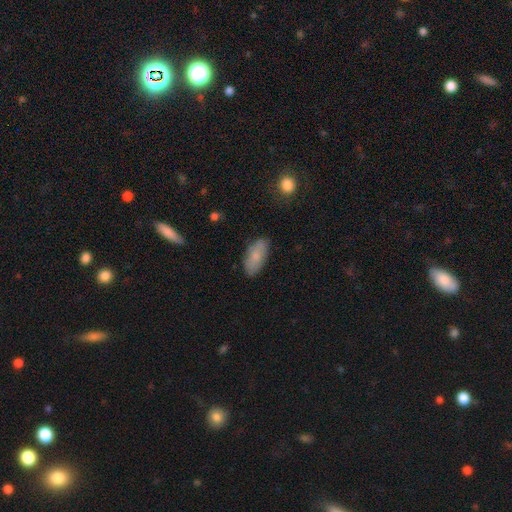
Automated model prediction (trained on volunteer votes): Smooth or featured?
  - smooth: 76% *
  - featured or disk: 18%
  - star or artifact: 7%
How rounded?
  - in between: 89% *
  - cigar-shaped: 9%
  - round: 3%
Merging?
  - none: 79% *
  - minor disturbance: 16%
  - major disturbance: 3%
  - merger: 2%